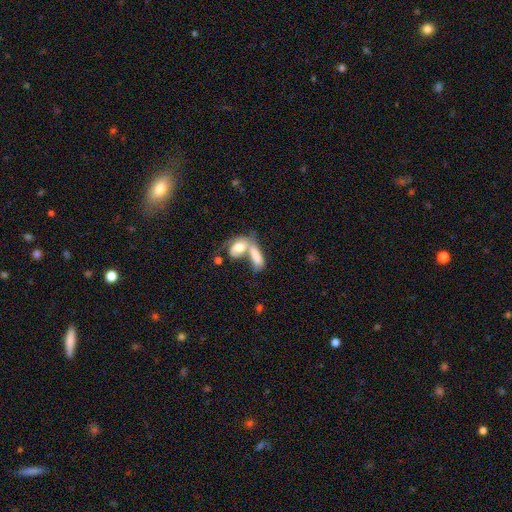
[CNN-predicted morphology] Q: Smooth or featured?
A: smooth (63%); runner-up: featured or disk (30%)
Q: How rounded?
A: in between (78%); runner-up: cigar-shaped (17%)
Q: Merging?
A: merger (71%); runner-up: none (14%)